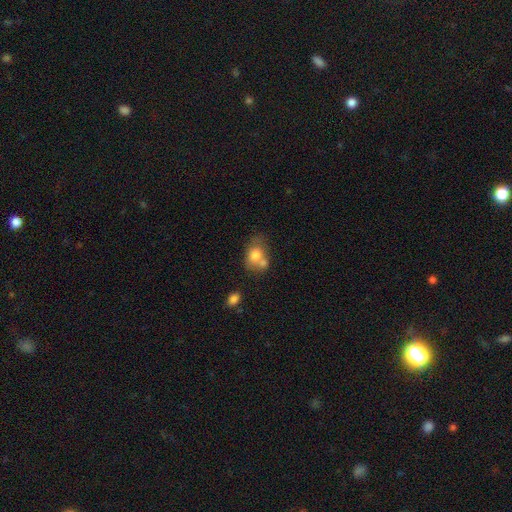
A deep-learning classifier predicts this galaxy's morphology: Smooth or featured: smooth — 74% (featured or disk — 17%)
How rounded: in between — 61% (round — 38%)
Merging: merger — 46% (none — 32%)